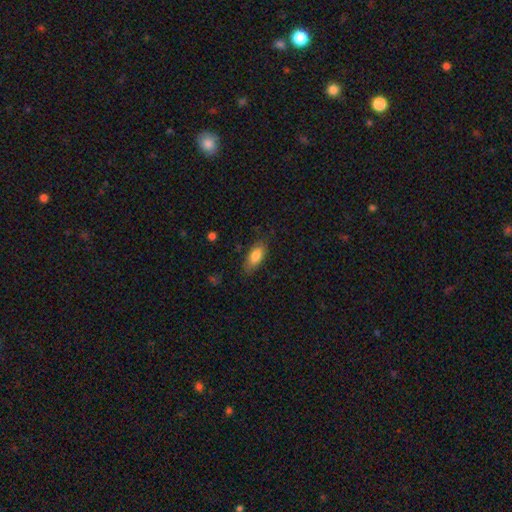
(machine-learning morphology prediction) A smooth galaxy with no disk features (80%) that is in between round and cigar-shaped (84%). Merging: none (78%).